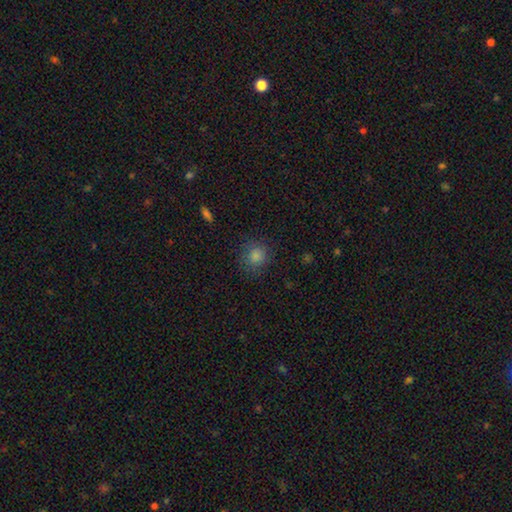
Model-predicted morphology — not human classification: smooth_or_featured: smooth (p=0.79) [alt: star or artifact p=0.16]
how_rounded: round (p=0.88) [alt: in between p=0.11]
merging: none (p=0.84) [alt: minor disturbance p=0.11]